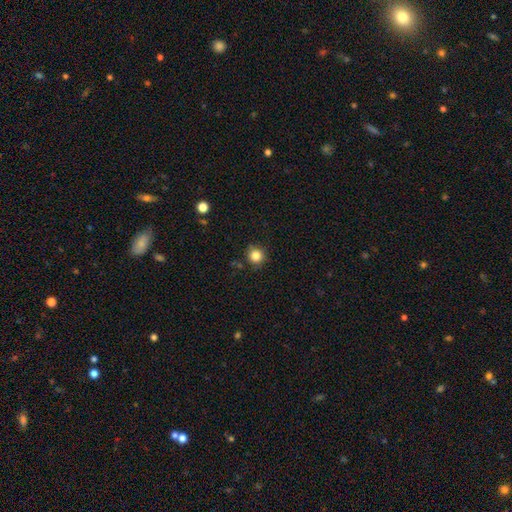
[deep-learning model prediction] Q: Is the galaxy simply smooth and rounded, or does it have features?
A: smooth — 84%.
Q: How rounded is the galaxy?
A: round — 93%.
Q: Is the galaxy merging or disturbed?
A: none — 85%.